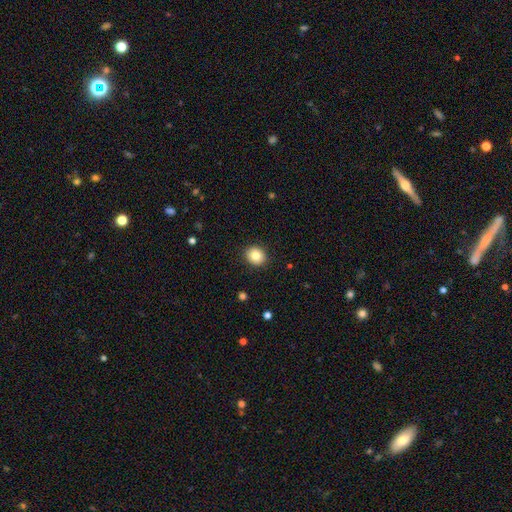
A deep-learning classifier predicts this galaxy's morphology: smooth-or-featured: smooth: 83% | star or artifact: 9% | featured or disk: 8%
  how-rounded: round: 75% | in between: 24% | cigar-shaped: 1%
  merging: none: 91% | minor disturbance: 6% | major disturbance: 2% | merger: 1%